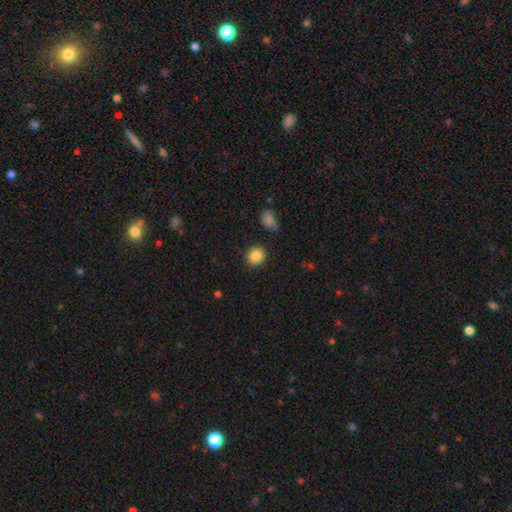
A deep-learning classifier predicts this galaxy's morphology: This appears to be a smooth galaxy with no disk features (86%) that is round (81%). Merging: none (86%).